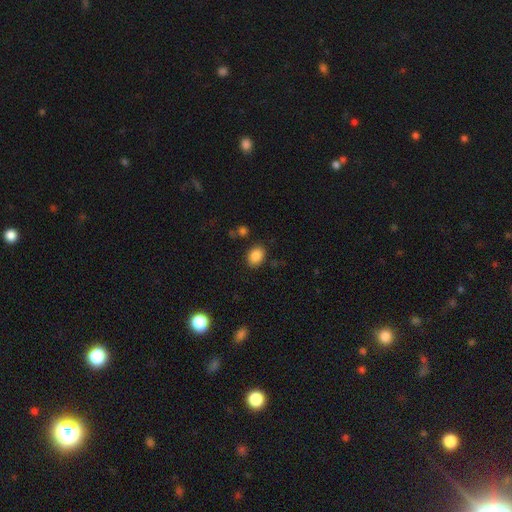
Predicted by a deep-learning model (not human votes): Smooth or featured?
  - smooth: 87% *
  - star or artifact: 9%
  - featured or disk: 4%
How rounded?
  - in between: 63% *
  - round: 36%
  - cigar-shaped: 1%
Merging?
  - none: 84% *
  - minor disturbance: 10%
  - major disturbance: 3%
  - merger: 3%